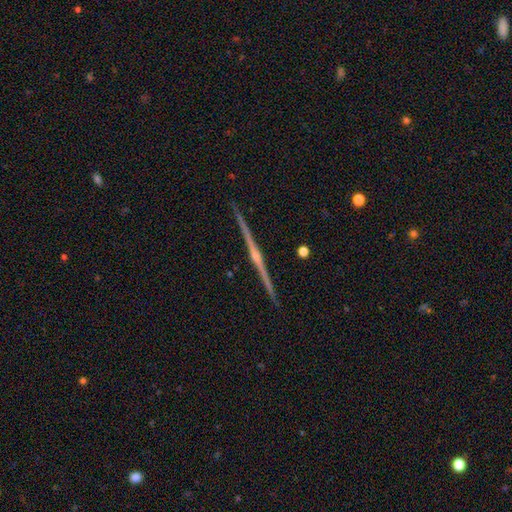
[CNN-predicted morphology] featured or disk 87%, smooth 8%, star or artifact 6%. Down the decision tree: edge-on disk — yes (99%); edge-on bulge — rounded (79%); merging — none (93%).